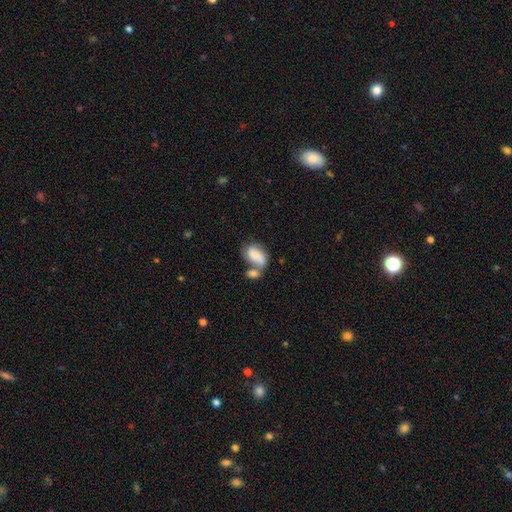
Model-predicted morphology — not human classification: Overall: smooth (65%; featured or disk 28%). How rounded: in between (89%). Merging: merger (53%; none 22%).